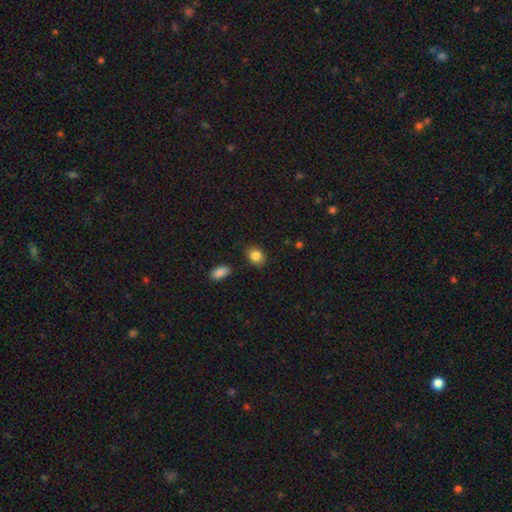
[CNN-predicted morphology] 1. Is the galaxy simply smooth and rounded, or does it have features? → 85% smooth, 9% star or artifact, 6% featured or disk.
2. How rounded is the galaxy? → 58% in between, 41% round, 1% cigar-shaped.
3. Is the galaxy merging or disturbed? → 85% none, 10% minor disturbance, 3% major disturbance, 2% merger.